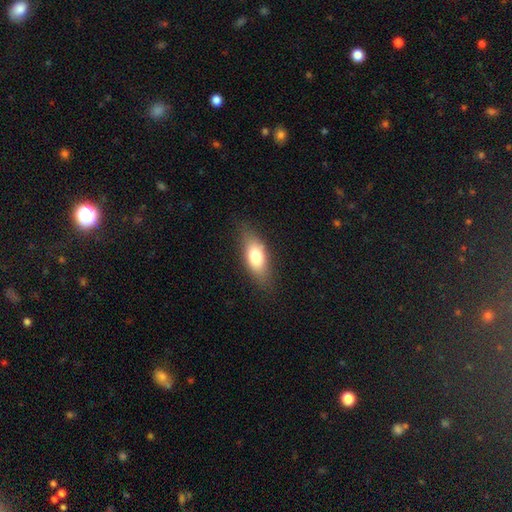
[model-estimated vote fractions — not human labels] A smooth galaxy with no disk features (74%) that is in between round and cigar-shaped (78%). Merging: none (79%).